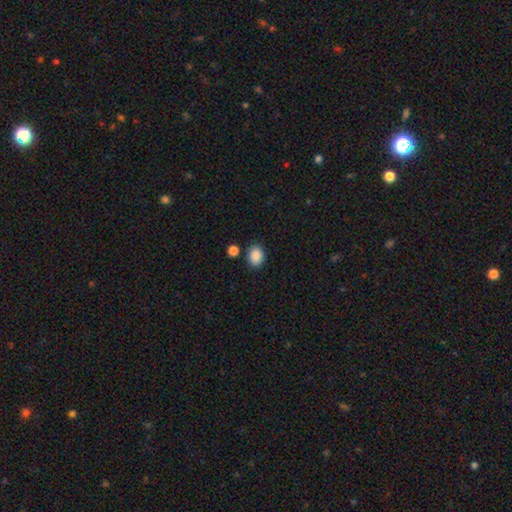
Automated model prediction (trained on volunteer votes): smooth_or_featured: smooth (p=0.88) [alt: star or artifact p=0.09]
how_rounded: in between (p=0.58) [alt: round p=0.41]
merging: none (p=0.81) [alt: minor disturbance p=0.11]